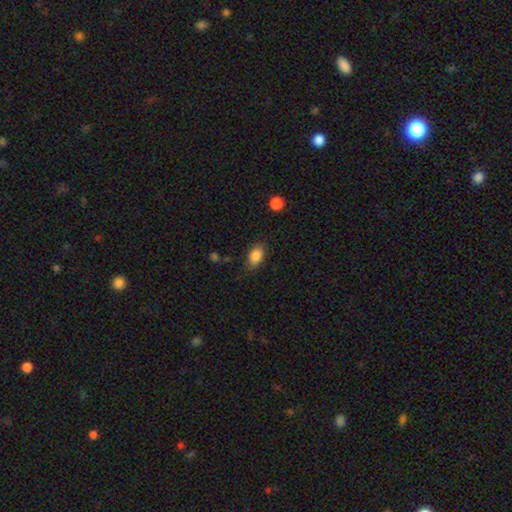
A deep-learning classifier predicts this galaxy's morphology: Smooth or featured? Predicted: smooth (p=0.86). How rounded? Predicted: in between (p=0.88). Merging? Predicted: none (p=0.83).